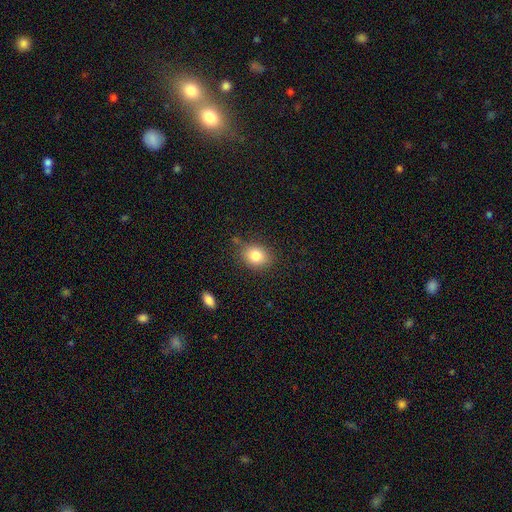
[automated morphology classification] smooth_or_featured: smooth (p=0.82) [alt: star or artifact p=0.10]
how_rounded: in between (p=0.52) [alt: round p=0.47]
merging: none (p=0.80) [alt: minor disturbance p=0.14]